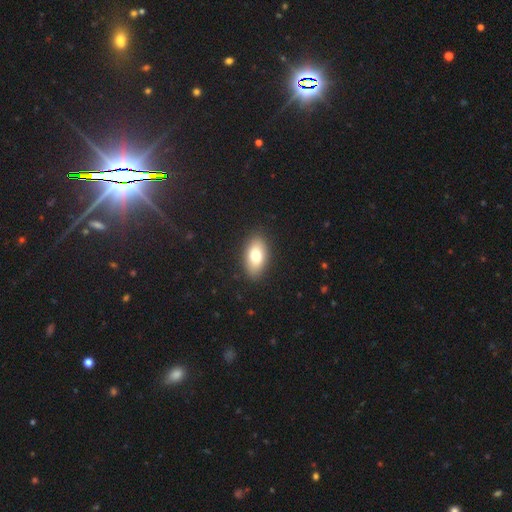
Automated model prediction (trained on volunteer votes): smooth-or-featured: smooth: 77% | featured or disk: 16% | star or artifact: 7%
  how-rounded: in between: 91% | round: 6% | cigar-shaped: 4%
  merging: none: 88% | minor disturbance: 9% | major disturbance: 2% | merger: 1%